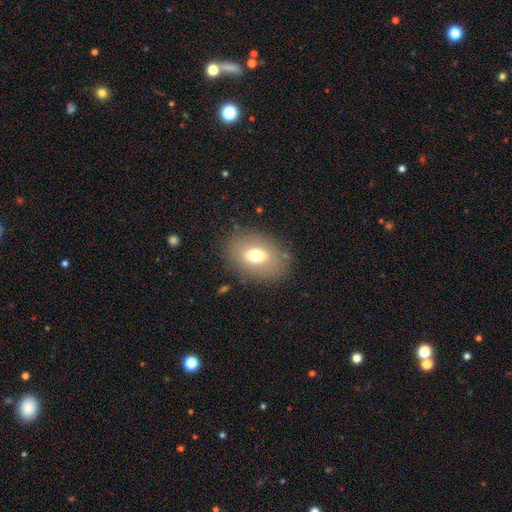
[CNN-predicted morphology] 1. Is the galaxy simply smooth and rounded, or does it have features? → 66% smooth, 24% featured or disk, 10% star or artifact.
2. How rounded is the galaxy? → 75% in between, 24% round, 1% cigar-shaped.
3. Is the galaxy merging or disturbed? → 82% none, 12% minor disturbance, 5% major disturbance, 2% merger.